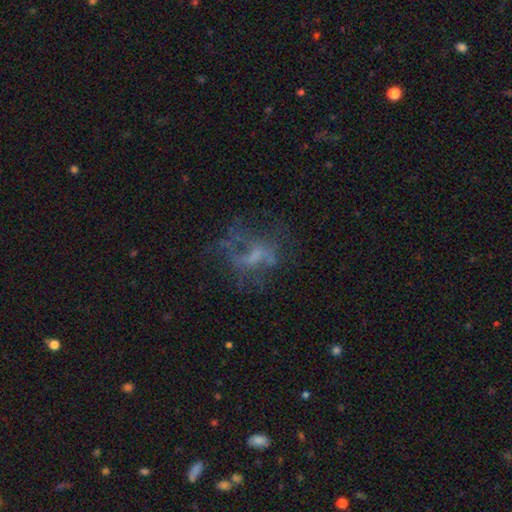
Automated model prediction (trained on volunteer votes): This appears to be a featured or disk galaxy (58%) with no bar (62%), no spiral arms (69%) and no central bulge (49%). Merging: none (44%).